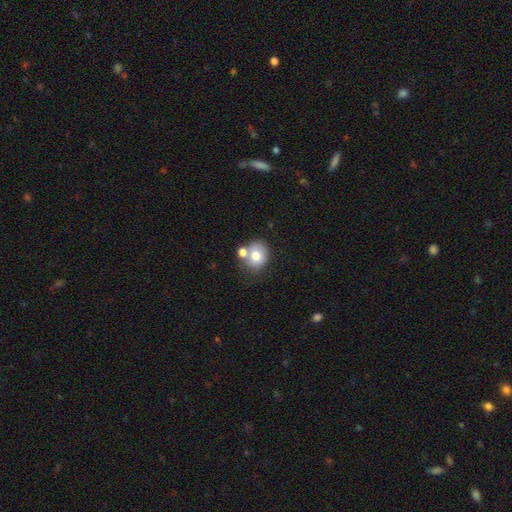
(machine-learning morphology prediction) Smooth or featured? Predicted: smooth (p=0.75). How rounded? Predicted: round (p=0.64). Merging? Predicted: none (p=0.46).